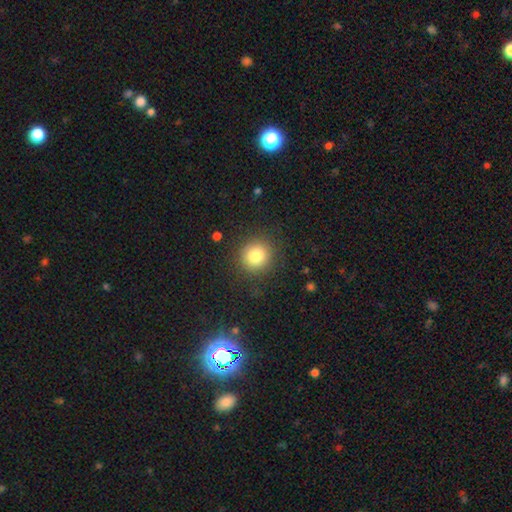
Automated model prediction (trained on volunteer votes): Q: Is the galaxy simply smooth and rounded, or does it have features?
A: smooth — 82%.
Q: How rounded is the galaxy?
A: round — 90%.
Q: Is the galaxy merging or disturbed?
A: none — 88%.